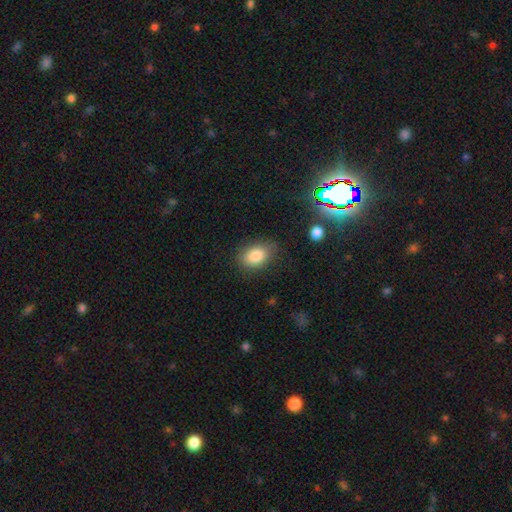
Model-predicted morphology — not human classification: smooth-or-featured: smooth: 85% | star or artifact: 9% | featured or disk: 7%
  how-rounded: in between: 81% | round: 18% | cigar-shaped: 1%
  merging: none: 76% | minor disturbance: 18% | major disturbance: 5% | merger: 2%